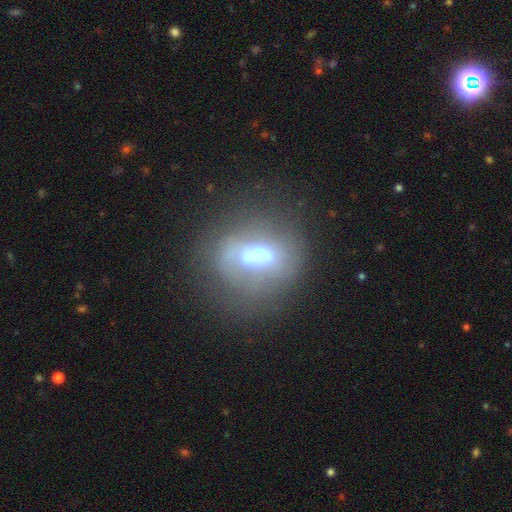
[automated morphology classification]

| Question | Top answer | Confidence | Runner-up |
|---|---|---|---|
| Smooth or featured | featured or disk | 46% | smooth (39%) |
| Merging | none | 57% | minor disturbance (19%) |